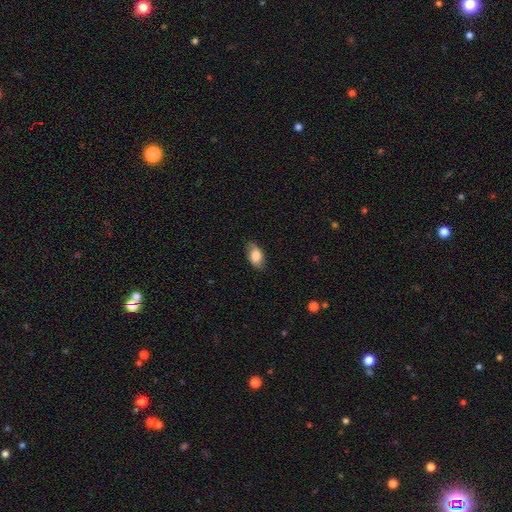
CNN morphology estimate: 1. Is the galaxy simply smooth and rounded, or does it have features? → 81% smooth, 12% featured or disk, 7% star or artifact.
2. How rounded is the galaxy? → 91% in between, 6% round, 3% cigar-shaped.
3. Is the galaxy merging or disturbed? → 81% none, 15% minor disturbance, 3% major disturbance, 1% merger.